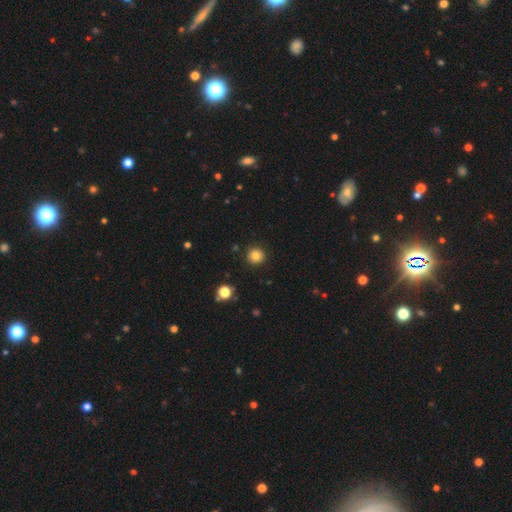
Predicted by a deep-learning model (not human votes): smooth-or-featured: smooth: 82% | star or artifact: 12% | featured or disk: 6%
  how-rounded: round: 95% | in between: 4% | cigar-shaped: 1%
  merging: none: 91% | minor disturbance: 6% | major disturbance: 2% | merger: 1%